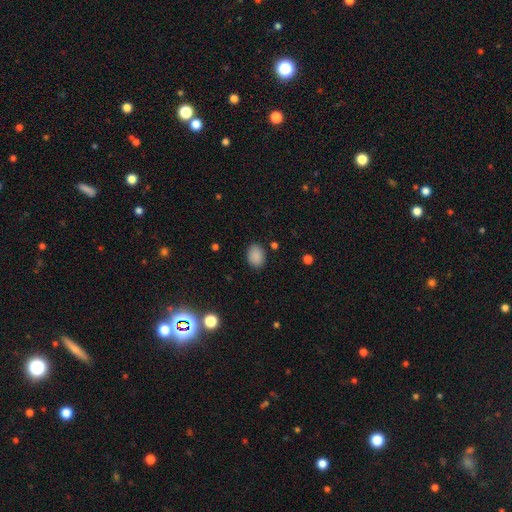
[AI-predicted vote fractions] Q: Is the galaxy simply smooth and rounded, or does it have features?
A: smooth — 87%.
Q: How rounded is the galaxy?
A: in between — 72%.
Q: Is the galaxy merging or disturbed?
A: none — 85%.